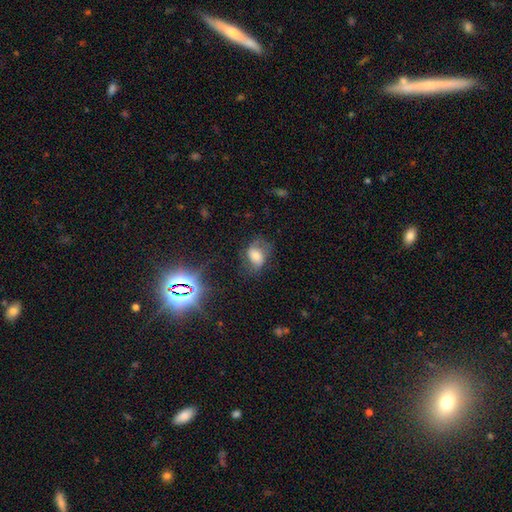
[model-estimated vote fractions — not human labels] Q: Smooth or featured?
A: smooth (53%); runner-up: featured or disk (31%)
Q: How rounded?
A: in between (72%); runner-up: round (26%)
Q: Merging?
A: none (54%); runner-up: minor disturbance (26%)